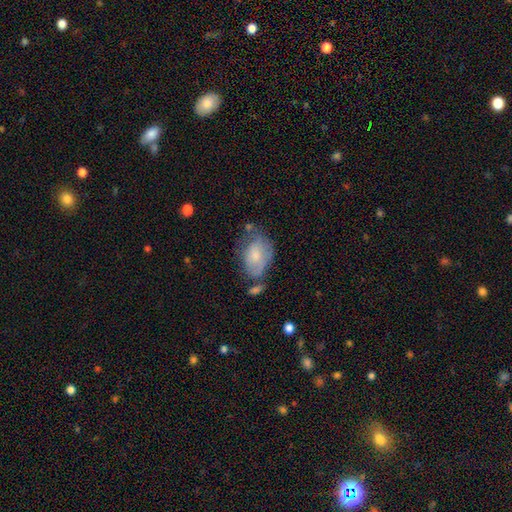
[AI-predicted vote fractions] smooth_or_featured: smooth (p=0.61) [alt: featured or disk p=0.32]
how_rounded: in between (p=0.86) [alt: round p=0.12]
merging: none (p=0.39) [alt: minor disturbance p=0.33]